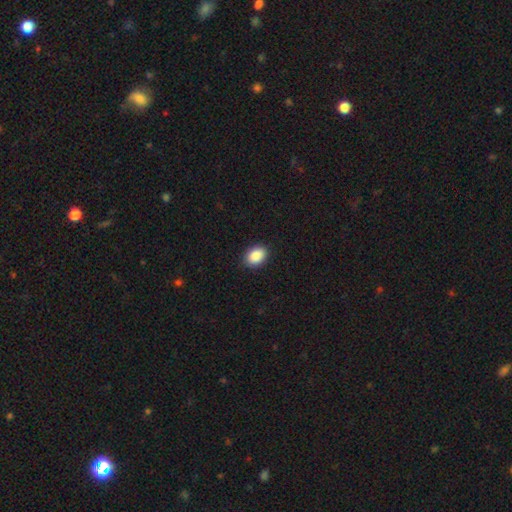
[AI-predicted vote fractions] The model was most divided on "how rounded": in between: 76%, round: 23%, cigar-shaped: 1%. More confident: smooth or featured — smooth (89%); merging — none (89%).